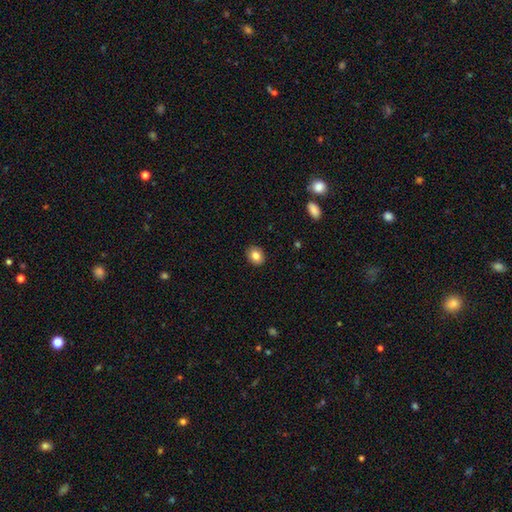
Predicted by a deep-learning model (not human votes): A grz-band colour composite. It shows a smooth galaxy with no disk features (84%) that is in between round and cigar-shaped (54%). Merging: none (90%).